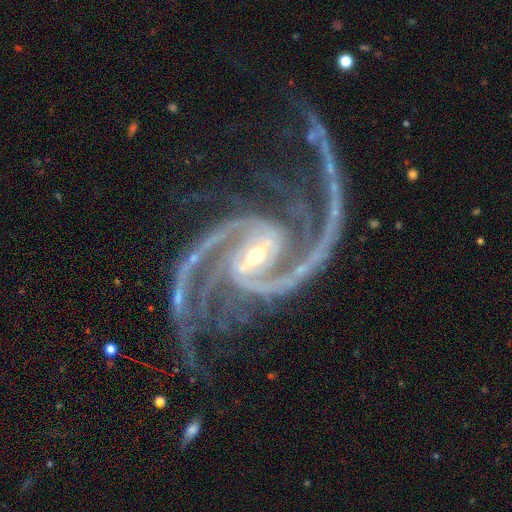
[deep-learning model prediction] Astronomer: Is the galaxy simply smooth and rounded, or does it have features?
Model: featured or disk — 94%.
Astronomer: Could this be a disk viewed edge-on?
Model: no — 98%.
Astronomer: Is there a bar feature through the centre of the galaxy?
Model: strong — 51% (runner-up: weak, 34%).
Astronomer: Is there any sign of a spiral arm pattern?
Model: yes — 99%.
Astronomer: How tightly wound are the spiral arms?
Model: medium — 51% (runner-up: loose, 27%).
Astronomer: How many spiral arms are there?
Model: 2 — 54%.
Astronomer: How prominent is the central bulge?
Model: small — 53% (runner-up: moderate, 43%).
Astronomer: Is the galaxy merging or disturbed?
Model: none — 51% (runner-up: major disturbance, 27%).